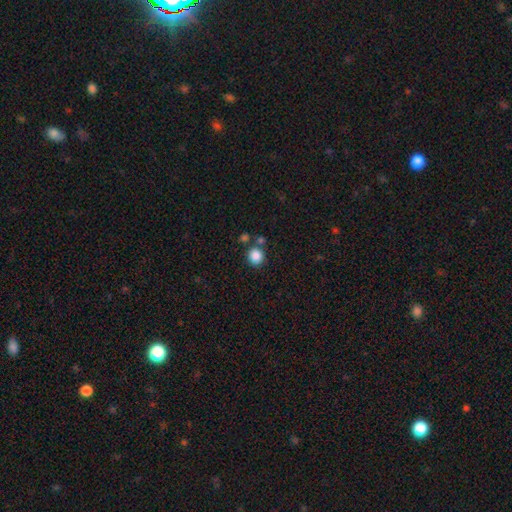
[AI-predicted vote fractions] smooth_or_featured: smooth (p=0.86) [alt: star or artifact p=0.10]
how_rounded: round (p=0.87) [alt: in between p=0.12]
merging: none (p=0.75) [alt: merger p=0.13]